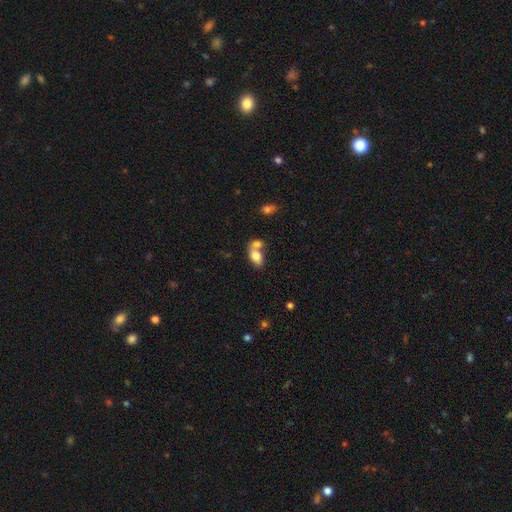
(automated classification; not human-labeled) smooth 78%, featured or disk 14%, star or artifact 8%. Down the decision tree: how rounded — in between (87%); merging — merger (58%).